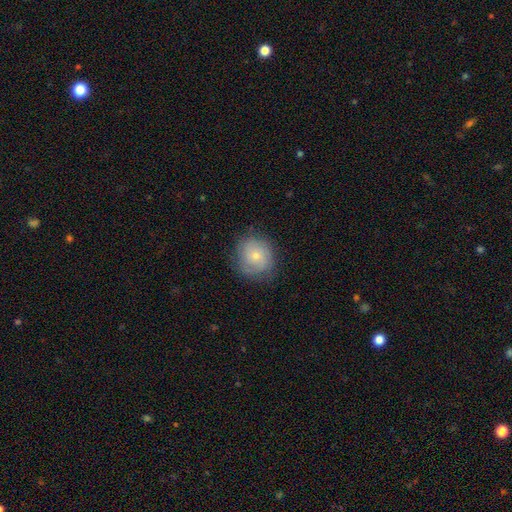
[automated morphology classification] Overall: featured or disk (49%; smooth 43%). Merging: none (76%).